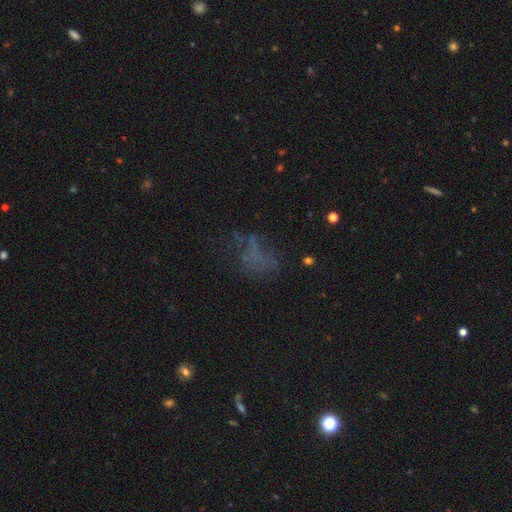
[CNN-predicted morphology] Smooth or featured: smooth — 35% (star or artifact — 33%)
Merging: none — 45% (major disturbance — 32%)